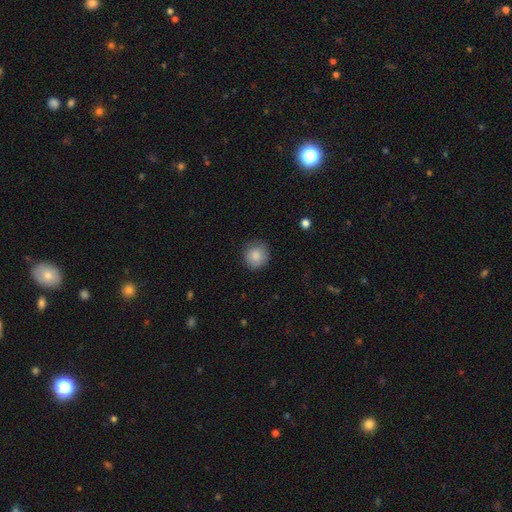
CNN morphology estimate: The model was most divided on "merging": none: 85%, minor disturbance: 12%, major disturbance: 3%, merger: 1%. More confident: how rounded — round (92%); smooth or featured — smooth (86%).